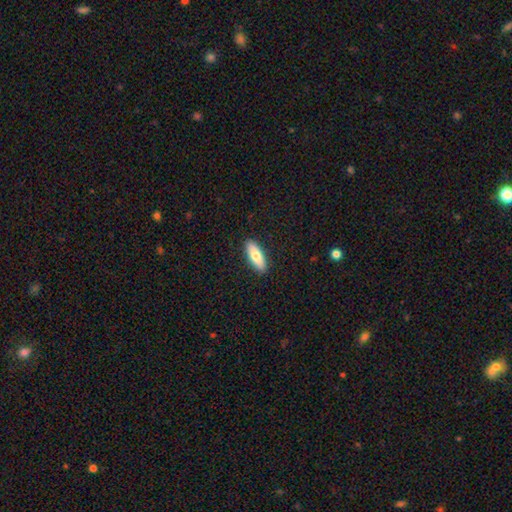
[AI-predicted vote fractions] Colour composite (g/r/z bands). It shows a smooth galaxy with no disk features (74%) that is in between round and cigar-shaped (57%). Merging: none (91%).